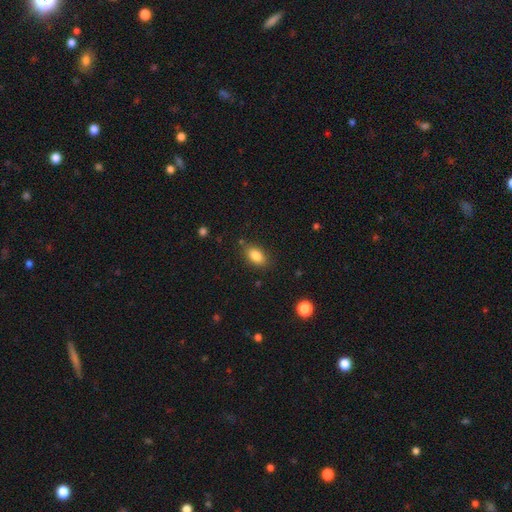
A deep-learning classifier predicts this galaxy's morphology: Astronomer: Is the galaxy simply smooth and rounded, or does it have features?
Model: smooth — 85%.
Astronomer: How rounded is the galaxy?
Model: in between — 88%.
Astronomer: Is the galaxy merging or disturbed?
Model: none — 82%.